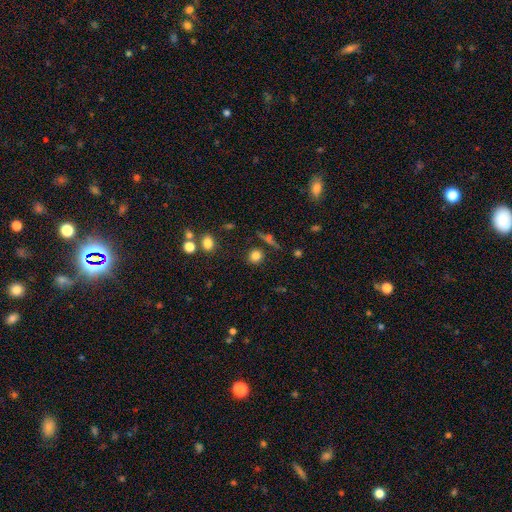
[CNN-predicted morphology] Smooth or featured? smooth (81%)
How rounded? round (84%)
Merging? none (81%)